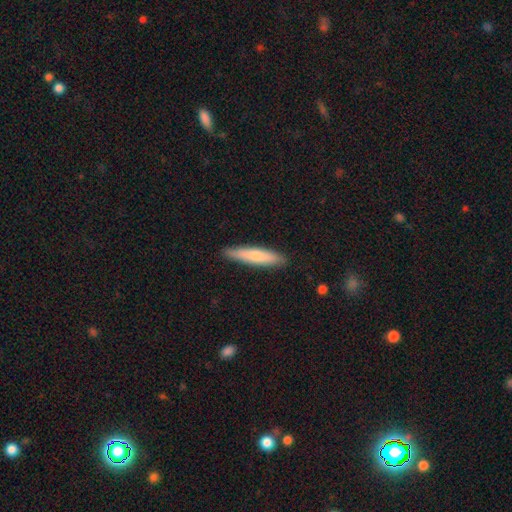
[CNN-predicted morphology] Smooth or featured: smooth — 72% (featured or disk — 23%)
How rounded: cigar-shaped — 87% (in between — 12%)
Merging: none — 89% (minor disturbance — 8%)